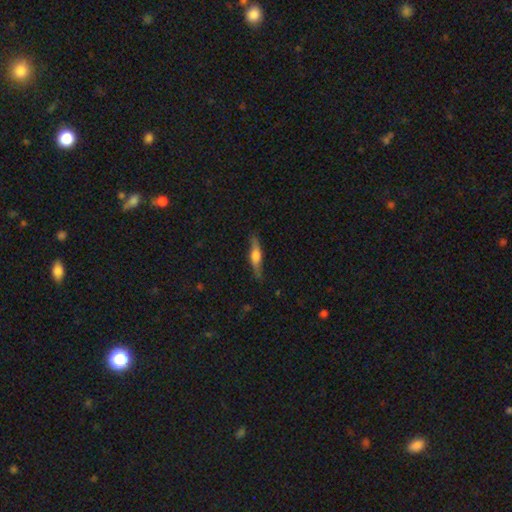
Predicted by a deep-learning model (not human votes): Morphology: type=featured or disk (57%); edge-on=yes (93%); edge-on bulge=rounded (87%); merging=none (83%).